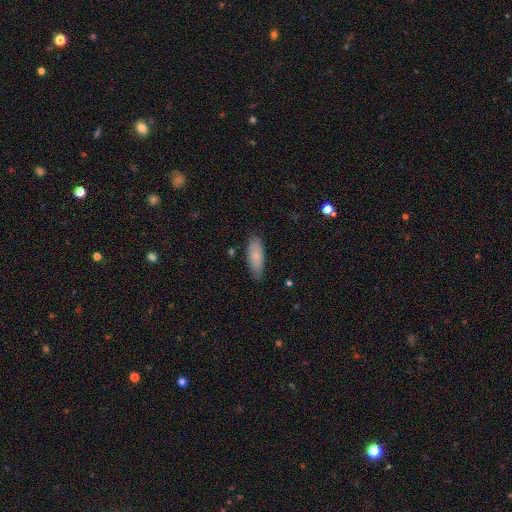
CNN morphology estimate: Q: Smooth or featured?
A: smooth (79%); runner-up: featured or disk (15%)
Q: How rounded?
A: in between (73%); runner-up: cigar-shaped (25%)
Q: Merging?
A: none (78%); runner-up: minor disturbance (17%)